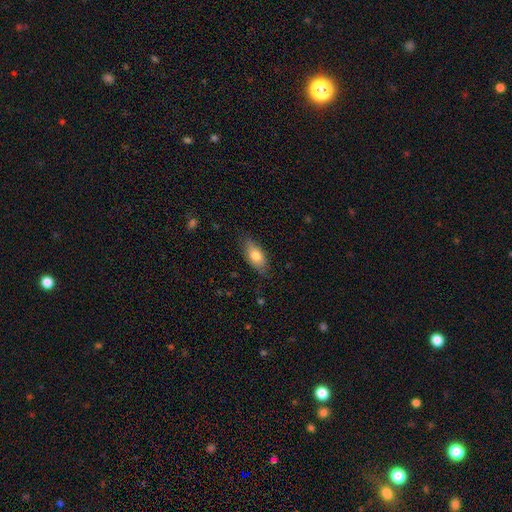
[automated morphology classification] smooth-or-featured: smooth: 76% | featured or disk: 18% | star or artifact: 6%
  how-rounded: in between: 87% | cigar-shaped: 9% | round: 4%
  merging: none: 78% | minor disturbance: 18% | major disturbance: 3% | merger: 1%